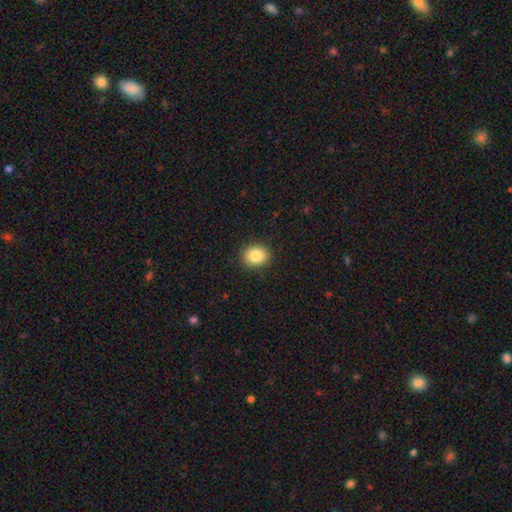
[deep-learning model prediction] This appears to be a smooth galaxy with no disk features (84%) that is round (64%). Merging: none (91%).